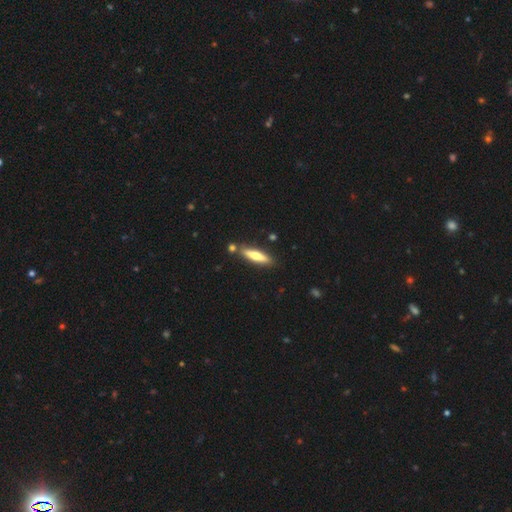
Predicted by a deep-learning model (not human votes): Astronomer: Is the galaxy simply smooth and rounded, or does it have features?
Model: smooth — 59% (runner-up: featured or disk, 35%).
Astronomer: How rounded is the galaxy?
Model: cigar-shaped — 77%.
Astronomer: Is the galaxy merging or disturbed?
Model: none — 79%.